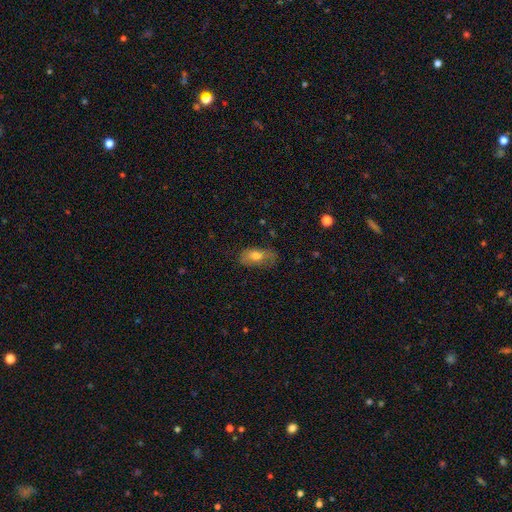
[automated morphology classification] A smooth galaxy with no disk features (69%) that is in between round and cigar-shaped (87%). Merging: none (62%).